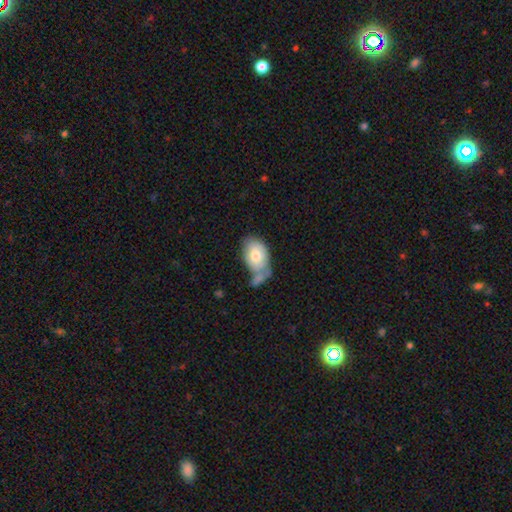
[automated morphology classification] Smooth or featured? smooth (72%)
How rounded? in between (87%)
Merging? none (36%)